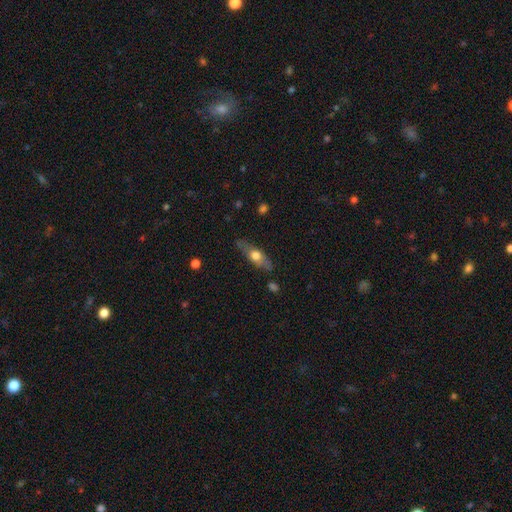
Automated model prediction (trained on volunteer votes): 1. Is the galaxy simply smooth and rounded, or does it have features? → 49% smooth, 45% featured or disk, 6% star or artifact.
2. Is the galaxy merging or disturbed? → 74% none, 18% minor disturbance, 5% major disturbance, 2% merger.